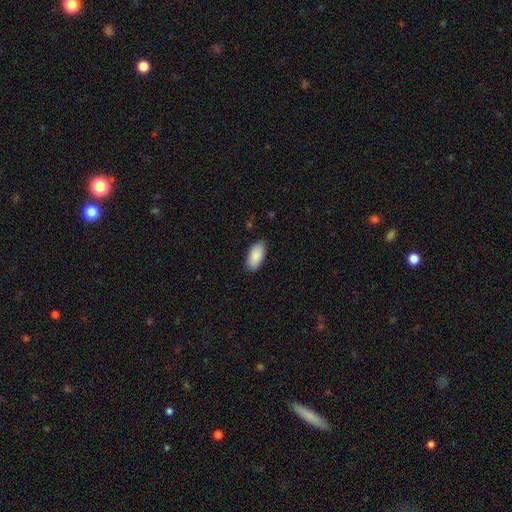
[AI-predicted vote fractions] Q: Smooth or featured?
A: smooth (90%); runner-up: star or artifact (6%)
Q: How rounded?
A: in between (94%); runner-up: cigar-shaped (4%)
Q: Merging?
A: none (85%); runner-up: minor disturbance (12%)